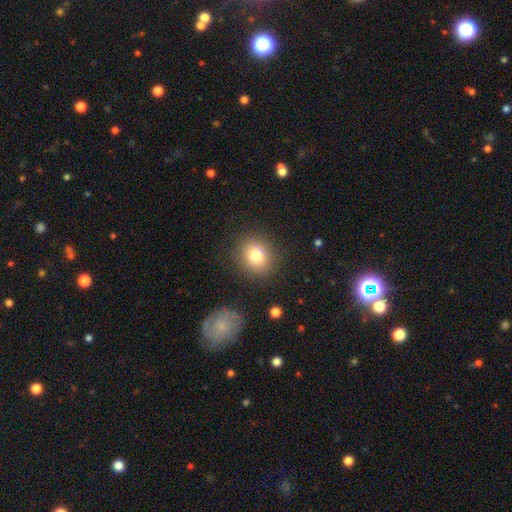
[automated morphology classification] Smooth or featured? smooth (80%)
How rounded? round (74%)
Merging? none (86%)